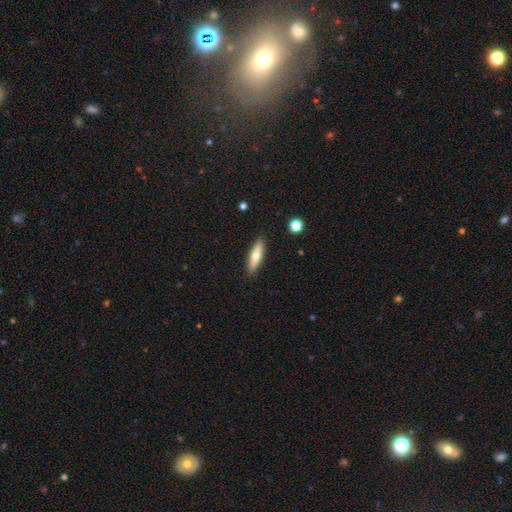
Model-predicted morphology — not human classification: Smooth or featured? Predicted: smooth (p=0.63). How rounded? Predicted: cigar-shaped (p=0.66). Merging? Predicted: none (p=0.89).